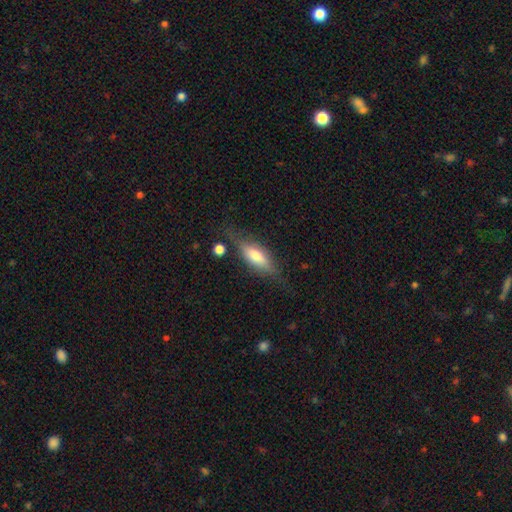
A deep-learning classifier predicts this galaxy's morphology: The model was most divided on "smooth or featured": smooth: 49%, featured or disk: 44%, star or artifact: 7%. More confident: merging — none (67%).